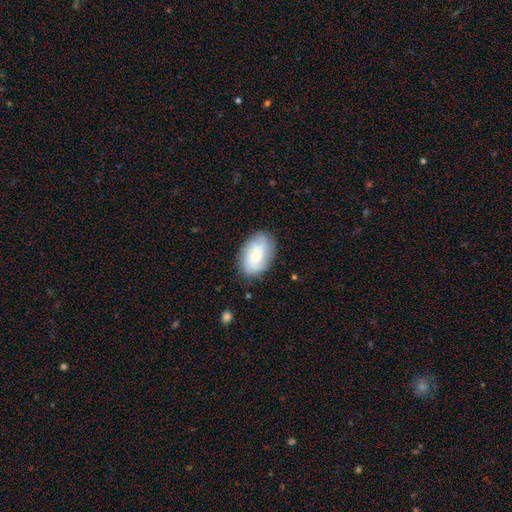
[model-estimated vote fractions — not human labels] Smooth or featured? Predicted: smooth (p=0.55). How rounded? Predicted: in between (p=0.89). Merging? Predicted: none (p=0.79).